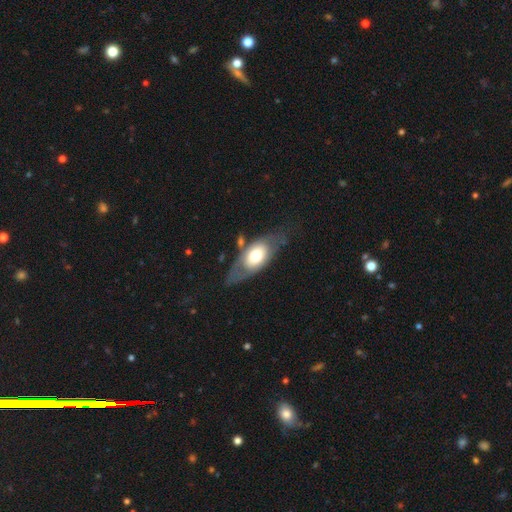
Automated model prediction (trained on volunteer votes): The model was most divided on "smooth or featured": smooth: 50%, featured or disk: 44%, star or artifact: 6%. More confident: how rounded — in between (84%); merging — none (60%).